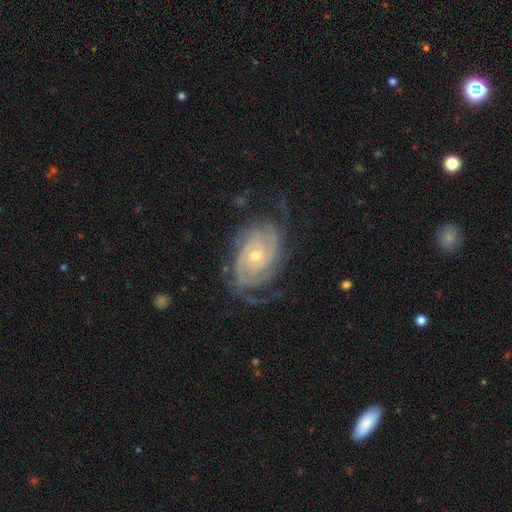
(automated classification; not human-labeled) A featured or disk galaxy (91%) with no bar (72%), 2 (37%) tight (75%) spiral arms (98%) and a small central bulge (52%).

Vote fractions:
- Smooth or featured? featured or disk: 91% / star or artifact: 4% / smooth: 4%
- Edge-on disk? no: 97% / yes: 3%
- Bar? no: 72% / weak: 21% / strong: 6%
- Spiral arms? yes: 98% / no: 2%
- Spiral winding? tight: 75% / medium: 21% / loose: 4%
- Spiral arm count? 2: 37% / 3: 22% / can't tell: 19% / 4: 11% / more than 4: 6% / 1: 6%
- Bulge size? small: 52% / moderate: 45% / large: 1% / none: 1% / dominant: 1%
- Merging? none: 69% / minor disturbance: 19% / major disturbance: 10% / merger: 1%